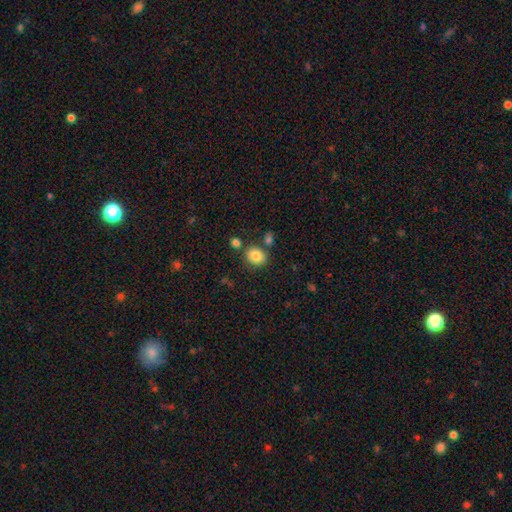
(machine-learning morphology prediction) Smooth or featured?
  - smooth: 84% *
  - star or artifact: 10%
  - featured or disk: 6%
How rounded?
  - round: 60% *
  - in between: 39%
  - cigar-shaped: 1%
Merging?
  - none: 74% *
  - merger: 11%
  - minor disturbance: 11%
  - major disturbance: 3%